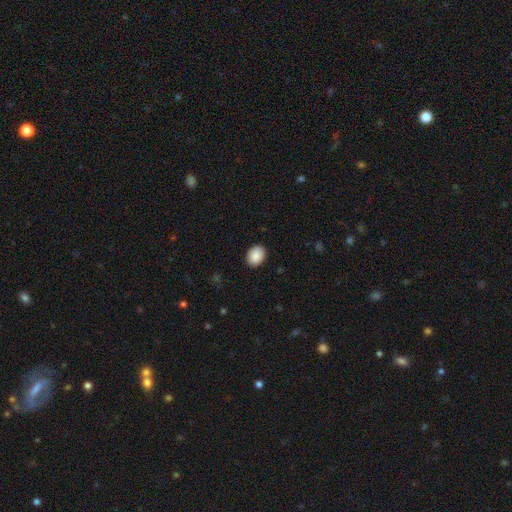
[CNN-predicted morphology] This appears to be a smooth galaxy with no disk features (90%) that is in between round and cigar-shaped (62%). Merging: none (90%).